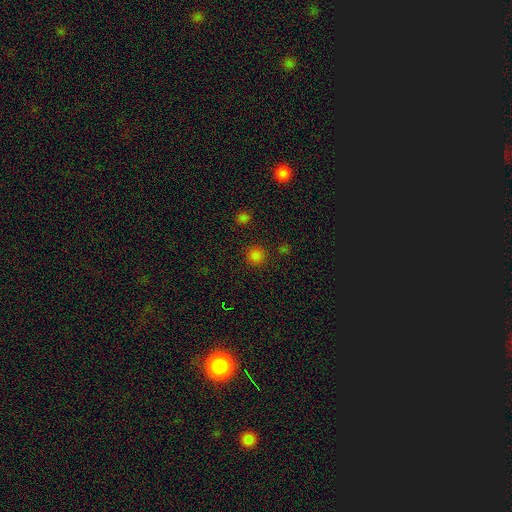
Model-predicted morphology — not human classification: This is likely a smooth galaxy (79%). How rounded: clearly round (94%). Merging: clearly none (89%).